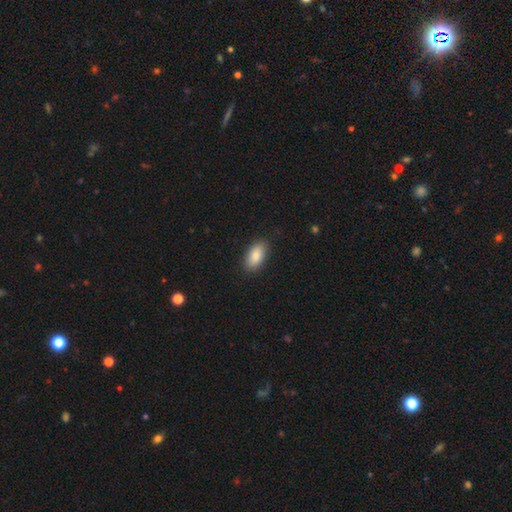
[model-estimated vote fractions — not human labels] Smooth or featured?
  - smooth: 86% *
  - featured or disk: 7%
  - star or artifact: 6%
How rounded?
  - in between: 92% *
  - cigar-shaped: 5%
  - round: 3%
Merging?
  - none: 85% *
  - minor disturbance: 11%
  - major disturbance: 3%
  - merger: 1%